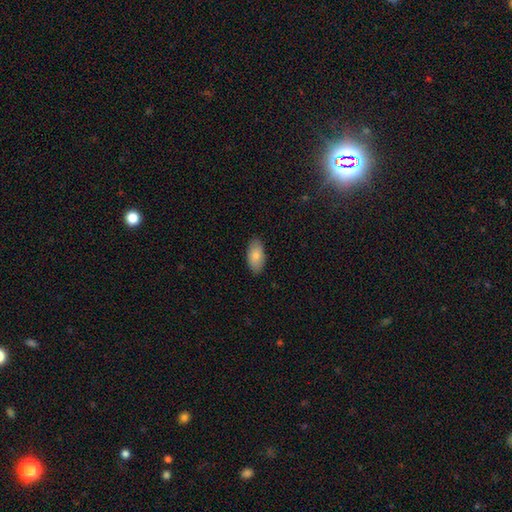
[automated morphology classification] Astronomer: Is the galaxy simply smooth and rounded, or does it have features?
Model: smooth — 81%.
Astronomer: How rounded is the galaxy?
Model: in between — 94%.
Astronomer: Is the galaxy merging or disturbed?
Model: none — 87%.